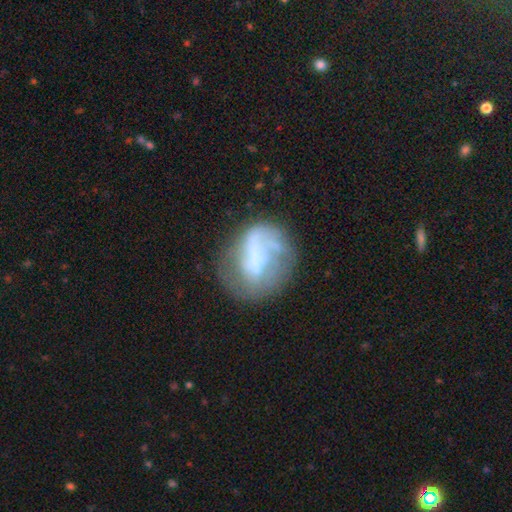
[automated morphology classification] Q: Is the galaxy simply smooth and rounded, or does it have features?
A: featured or disk — 55%.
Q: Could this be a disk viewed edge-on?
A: no — 97%.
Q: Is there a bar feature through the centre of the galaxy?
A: no — 48%.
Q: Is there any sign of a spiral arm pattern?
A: yes — 51%.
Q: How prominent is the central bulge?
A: none — 51%.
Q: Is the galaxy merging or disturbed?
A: none — 46%.